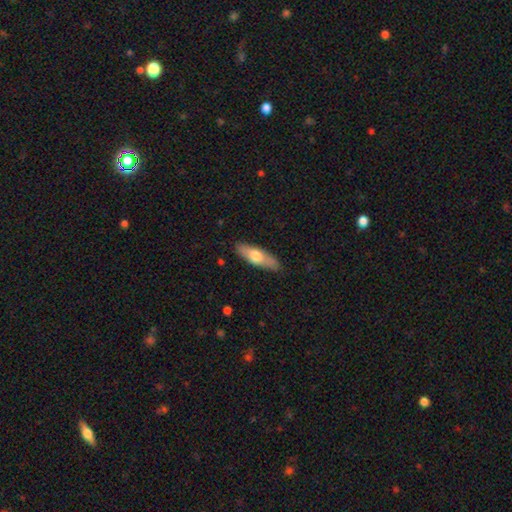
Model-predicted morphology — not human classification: Smooth or featured?
  - smooth: 62% *
  - featured or disk: 33%
  - star or artifact: 5%
How rounded?
  - in between: 51% *
  - cigar-shaped: 47%
  - round: 2%
Merging?
  - none: 85% *
  - minor disturbance: 12%
  - major disturbance: 2%
  - merger: 1%